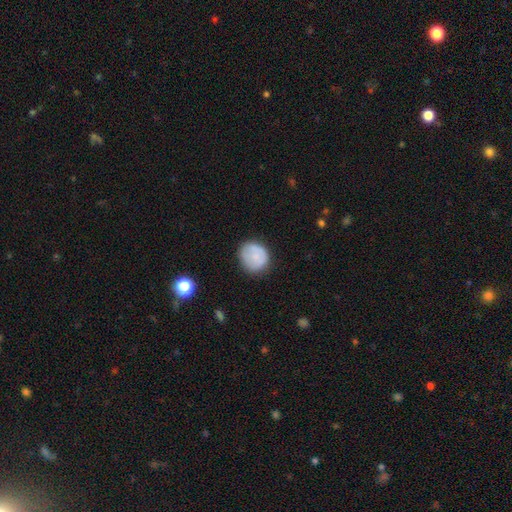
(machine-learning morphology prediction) Smooth or featured: smooth — 78% (featured or disk — 14%)
How rounded: round — 85% (in between — 14%)
Merging: none — 76% (minor disturbance — 18%)